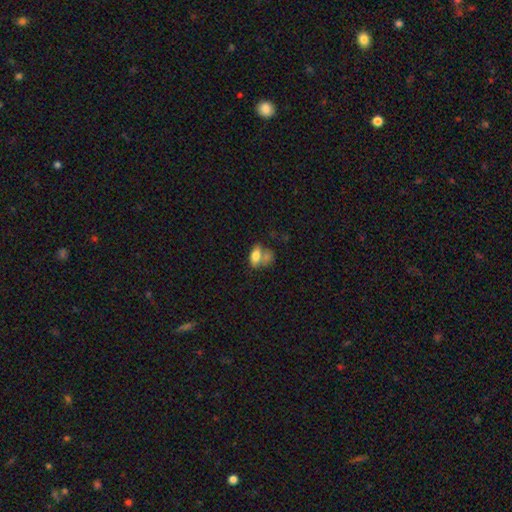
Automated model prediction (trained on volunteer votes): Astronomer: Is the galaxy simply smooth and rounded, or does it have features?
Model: smooth — 74%.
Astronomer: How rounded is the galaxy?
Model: in between — 86%.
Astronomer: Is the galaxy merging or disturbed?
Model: merger — 39% (runner-up: none, 31%).